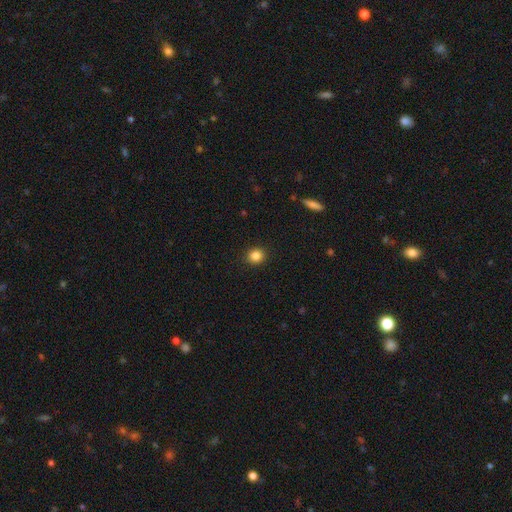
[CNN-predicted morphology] Q: Smooth or featured?
A: smooth (85%); runner-up: star or artifact (11%)
Q: How rounded?
A: round (86%); runner-up: in between (14%)
Q: Merging?
A: none (92%); runner-up: minor disturbance (5%)